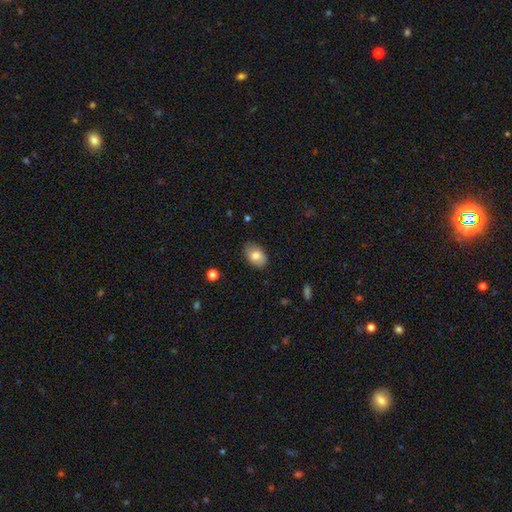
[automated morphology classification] Smooth or featured? Predicted: smooth (p=0.80). How rounded? Predicted: in between (p=0.86). Merging? Predicted: none (p=0.82).